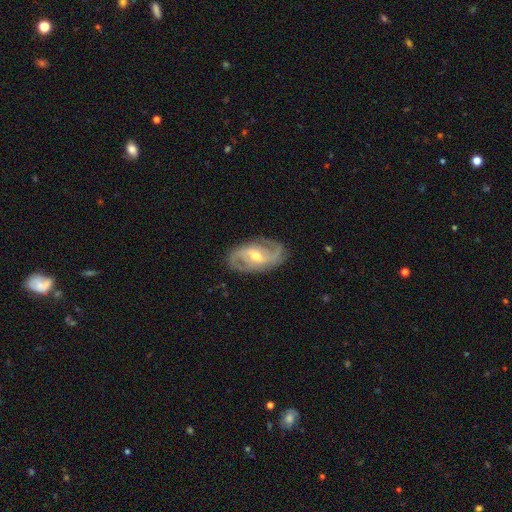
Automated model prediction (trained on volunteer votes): featured or disk 89%, smooth 7%, star or artifact 5%. Down the decision tree: edge-on disk — no (96%); bar — weak (49%); spiral arms — yes (97%); spiral arm count — 2 (69%); spiral winding — medium (49%); bulge size — moderate (62%); merging — none (81%).